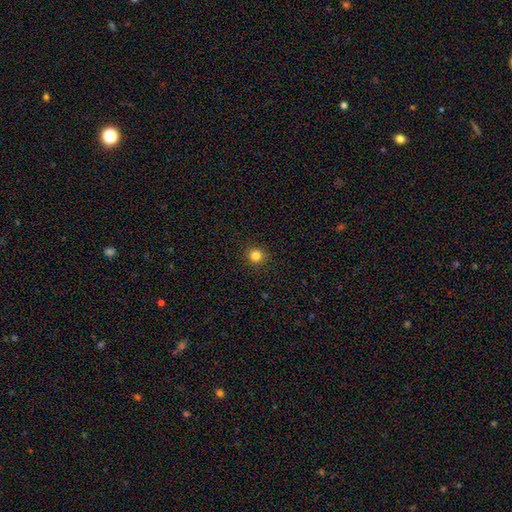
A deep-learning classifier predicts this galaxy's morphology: Smooth or featured?
  - smooth: 83% *
  - star or artifact: 13%
  - featured or disk: 4%
How rounded?
  - round: 92% *
  - in between: 7%
  - cigar-shaped: 1%
Merging?
  - none: 91% *
  - minor disturbance: 6%
  - major disturbance: 2%
  - merger: 1%